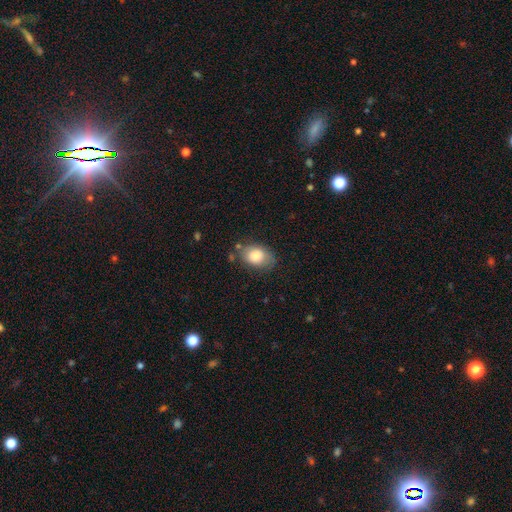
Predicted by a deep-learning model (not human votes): Overall: smooth (82%). How rounded: in between (82%). Merging: none (70%).